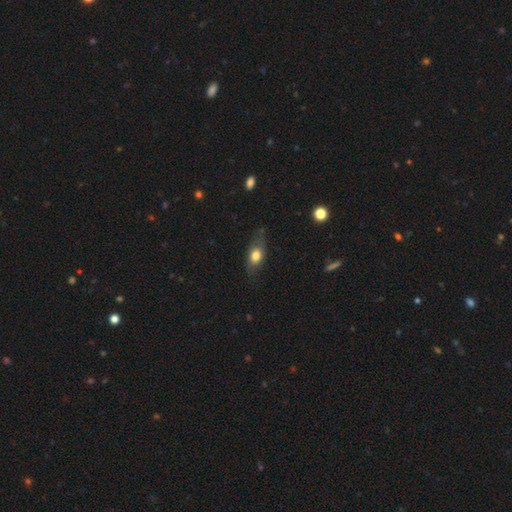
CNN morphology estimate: This is likely a smooth galaxy (70%). How rounded: likely in between (78%). Merging: likely none (66%).